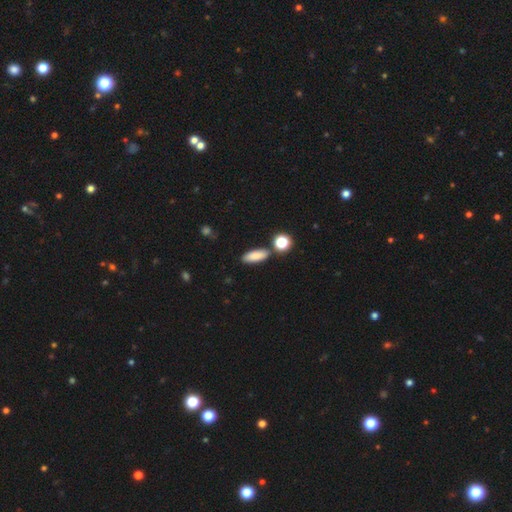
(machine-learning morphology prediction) type=smooth (84%); roundness=in between (66%); merging=none (79%).